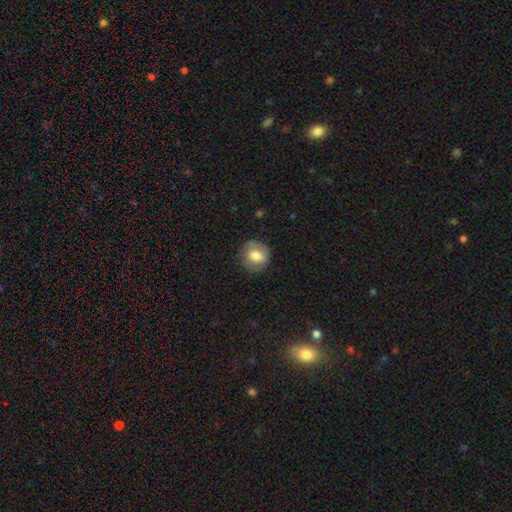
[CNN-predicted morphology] Smooth or featured? Predicted: smooth (p=0.66). How rounded? Predicted: round (p=0.80). Merging? Predicted: none (p=0.75).